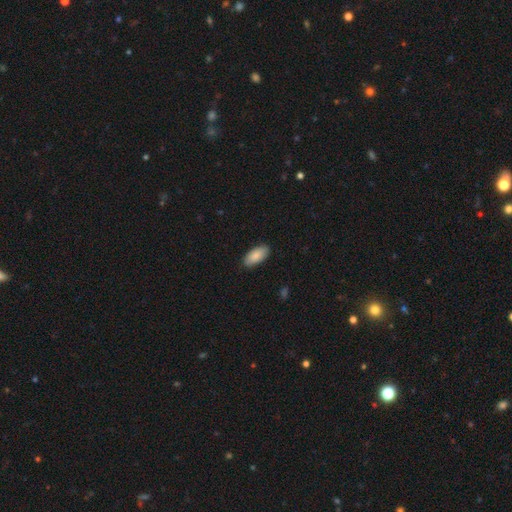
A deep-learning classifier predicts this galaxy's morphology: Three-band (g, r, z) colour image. It shows a smooth galaxy with no disk features (87%) that is in between round and cigar-shaped (92%). Merging: none (87%).